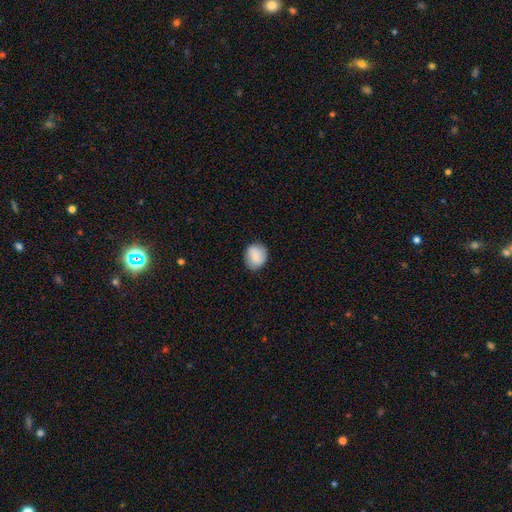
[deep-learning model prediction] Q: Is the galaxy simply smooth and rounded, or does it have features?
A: smooth — 82%.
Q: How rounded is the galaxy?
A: round — 67%.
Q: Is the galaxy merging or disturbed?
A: none — 81%.